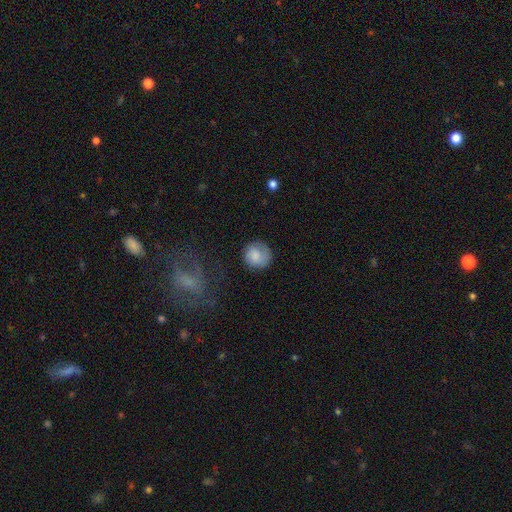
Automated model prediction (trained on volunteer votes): Smooth or featured?
  - smooth: 78% *
  - featured or disk: 15%
  - star or artifact: 7%
How rounded?
  - round: 89% *
  - in between: 10%
  - cigar-shaped: 1%
Merging?
  - none: 74% *
  - minor disturbance: 18%
  - major disturbance: 7%
  - merger: 2%